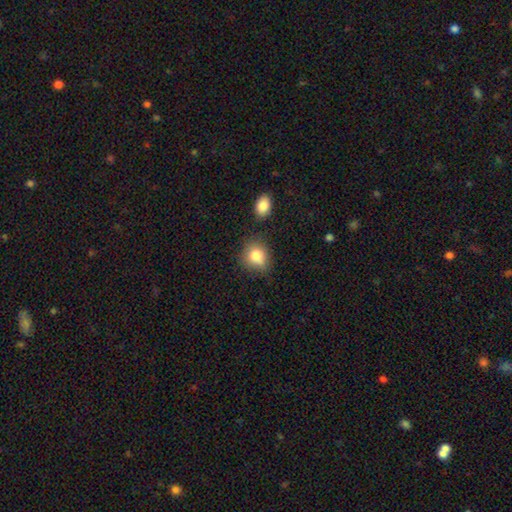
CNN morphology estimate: Q: Smooth or featured?
A: smooth (83%); runner-up: star or artifact (9%)
Q: How rounded?
A: round (65%); runner-up: in between (33%)
Q: Merging?
A: none (67%); runner-up: minor disturbance (21%)